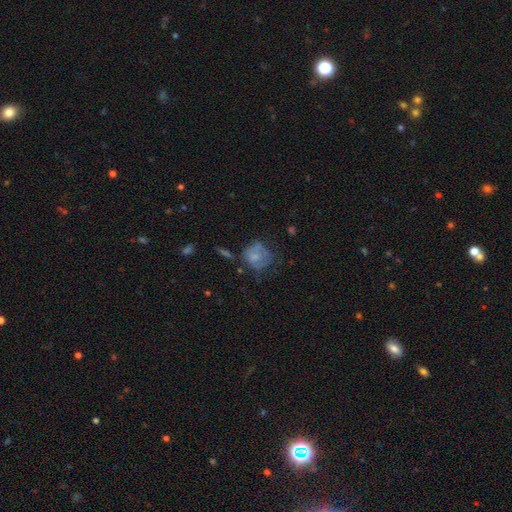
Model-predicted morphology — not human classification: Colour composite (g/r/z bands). It shows a smooth galaxy with no disk features (58%) that is round (68%). Merging: none (35%).